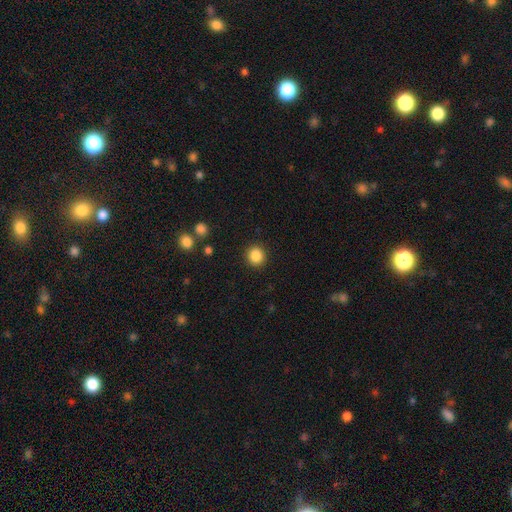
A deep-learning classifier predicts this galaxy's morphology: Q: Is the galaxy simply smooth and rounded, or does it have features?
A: smooth — 86%.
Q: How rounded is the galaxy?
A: round — 91%.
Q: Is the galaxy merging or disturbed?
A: none — 91%.